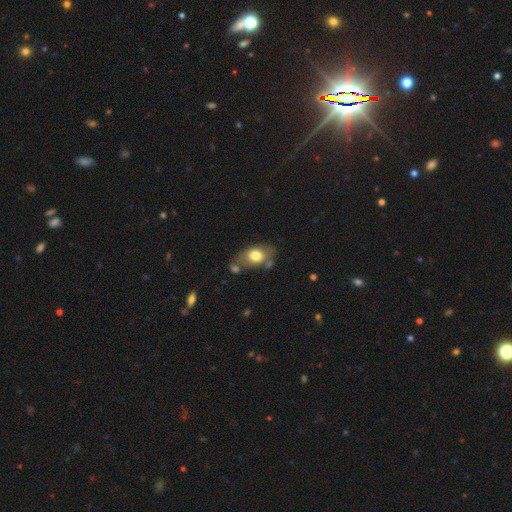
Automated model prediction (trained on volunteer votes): The model was most divided on "merging": none: 55%, minor disturbance: 20%, merger: 17%, major disturbance: 8%. More confident: how rounded — in between (82%); smooth or featured — smooth (72%).